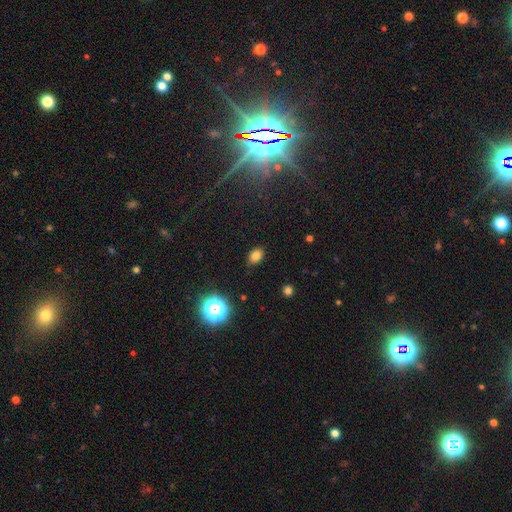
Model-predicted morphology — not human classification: type=smooth (79%); roundness=in between (77%); merging=none (82%).